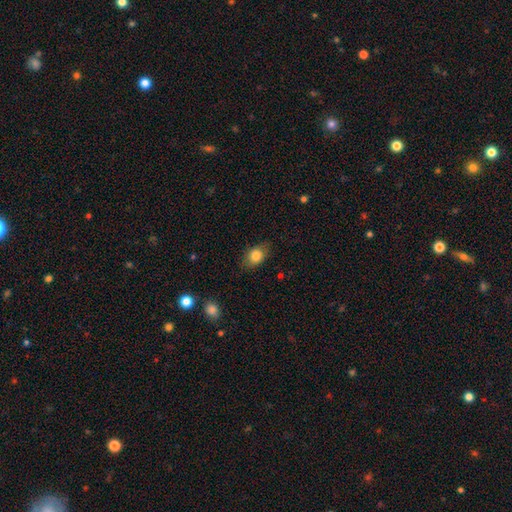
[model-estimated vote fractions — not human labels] Smooth or featured? Predicted: smooth (p=0.81). How rounded? Predicted: in between (p=0.74). Merging? Predicted: none (p=0.80).